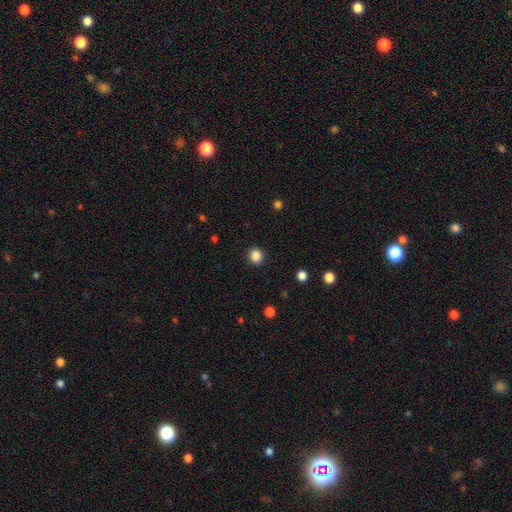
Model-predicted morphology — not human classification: The model was most divided on "how rounded": round: 81%, in between: 18%, cigar-shaped: 1%. More confident: merging — none (91%); smooth or featured — smooth (86%).